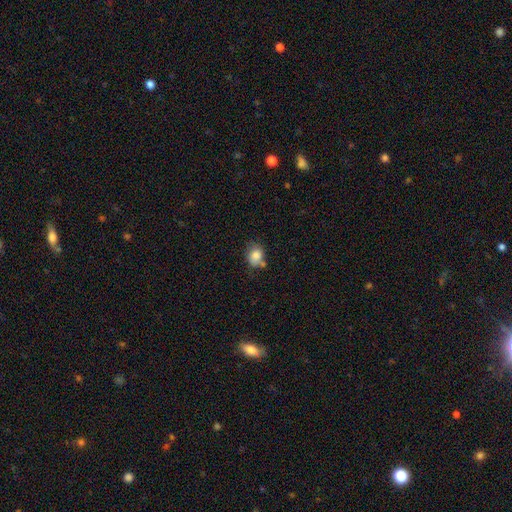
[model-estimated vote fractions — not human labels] Overall: smooth (82%). How rounded: round (50%; in between 49%). Merging: none (52%; minor disturbance 23%).